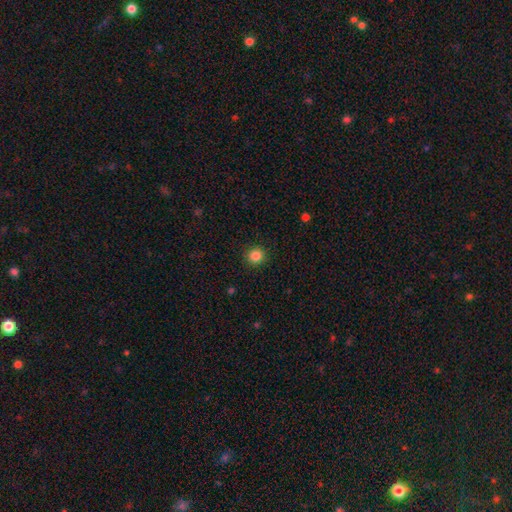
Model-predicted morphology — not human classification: smooth_or_featured: smooth (p=0.85) [alt: star or artifact p=0.11]
how_rounded: round (p=0.93) [alt: in between p=0.07]
merging: none (p=0.92) [alt: minor disturbance p=0.05]